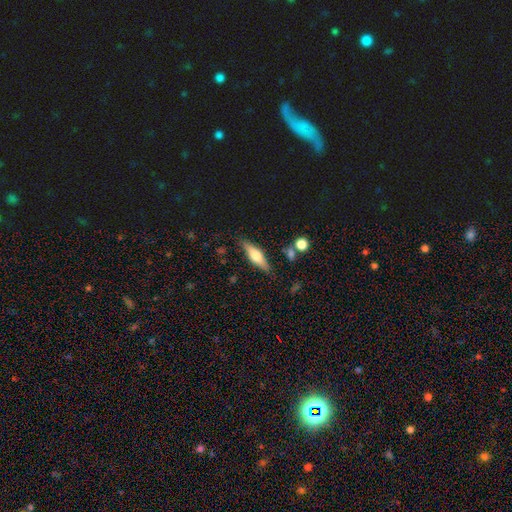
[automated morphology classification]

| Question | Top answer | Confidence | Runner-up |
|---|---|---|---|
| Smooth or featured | smooth | 48% | featured or disk (45%) |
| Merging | none | 84% | minor disturbance (11%) |